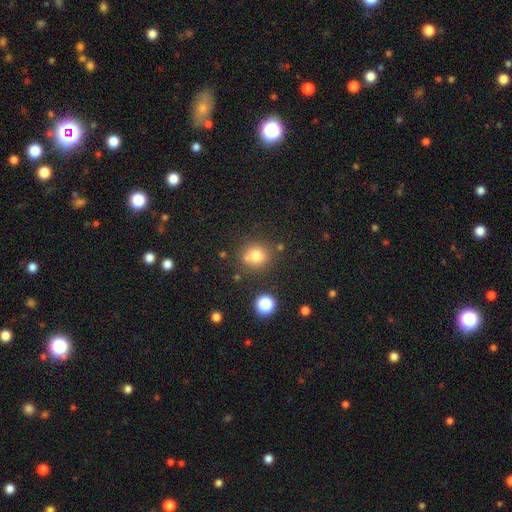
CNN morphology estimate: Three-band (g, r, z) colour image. It shows a smooth galaxy with no disk features (76%) that is round (83%). Merging: none (71%).